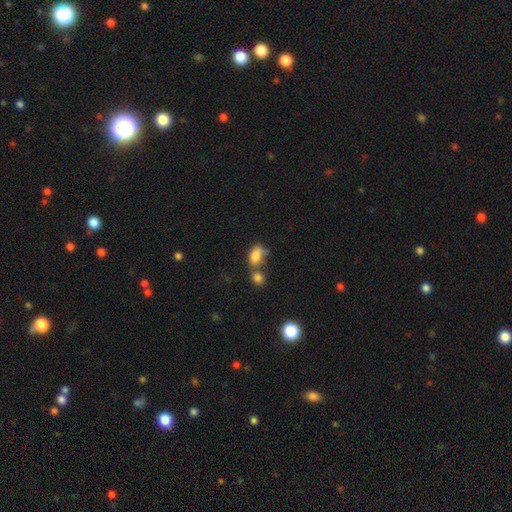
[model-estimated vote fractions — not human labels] Q: Smooth or featured?
A: smooth (81%); runner-up: featured or disk (9%)
Q: How rounded?
A: in between (83%); runner-up: round (15%)
Q: Merging?
A: merger (45%); runner-up: none (32%)